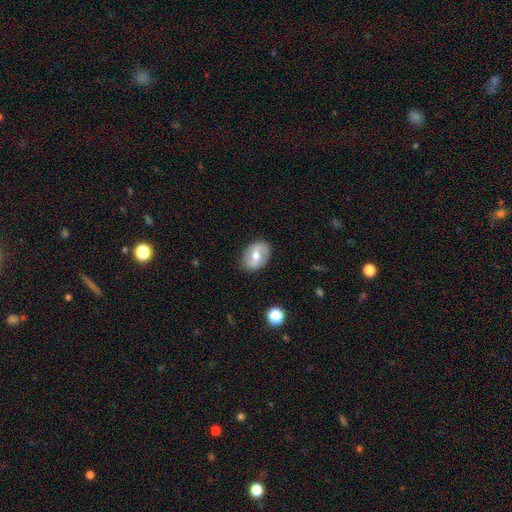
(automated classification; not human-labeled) Morphology: type=featured or disk (54%); edge-on=no (95%); bar=weak (47%); spiral arms=yes (62%); bulge=moderate (74%); merging=none (85%).